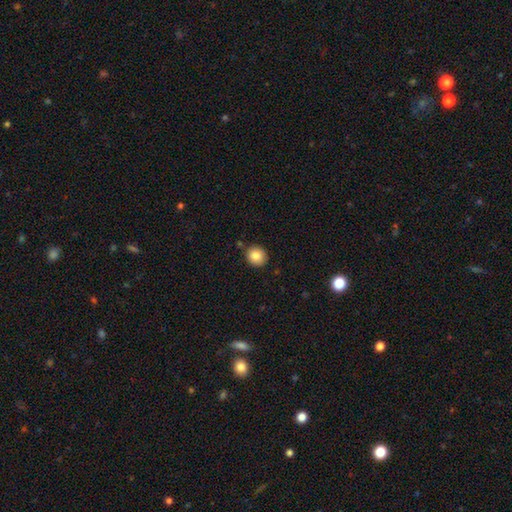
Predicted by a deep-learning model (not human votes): The model was most divided on "merging": none: 85%, minor disturbance: 9%, merger: 3%, major disturbance: 2%. More confident: how rounded — round (87%); smooth or featured — smooth (86%).